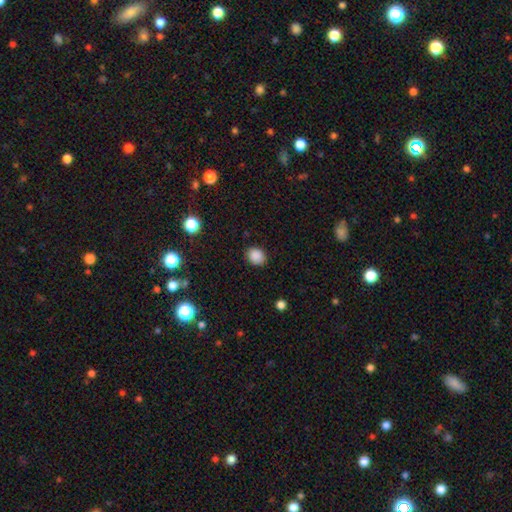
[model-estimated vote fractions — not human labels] smooth_or_featured: smooth (p=0.87) [alt: star or artifact p=0.10]
how_rounded: round (p=0.60) [alt: in between p=0.39]
merging: none (p=0.86) [alt: minor disturbance p=0.11]